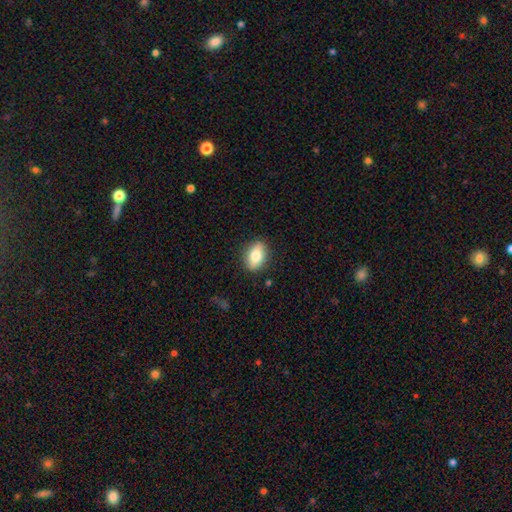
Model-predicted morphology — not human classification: Smooth or featured?
  - smooth: 75% *
  - featured or disk: 18%
  - star or artifact: 7%
How rounded?
  - in between: 82% *
  - round: 14%
  - cigar-shaped: 4%
Merging?
  - none: 87% *
  - minor disturbance: 10%
  - major disturbance: 3%
  - merger: 1%